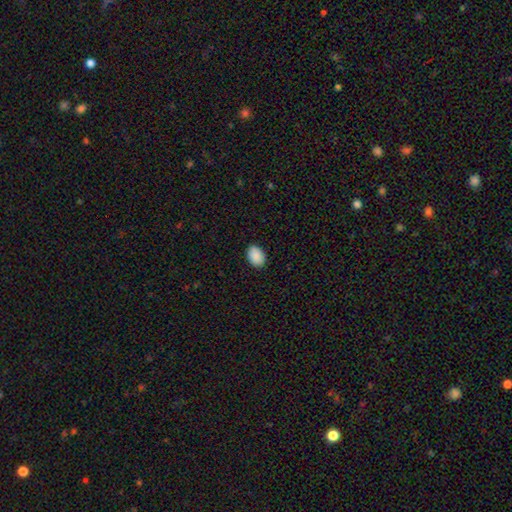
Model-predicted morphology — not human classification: smooth 91%, star or artifact 6%, featured or disk 3%. Down the decision tree: how rounded — in between (82%); merging — none (89%).